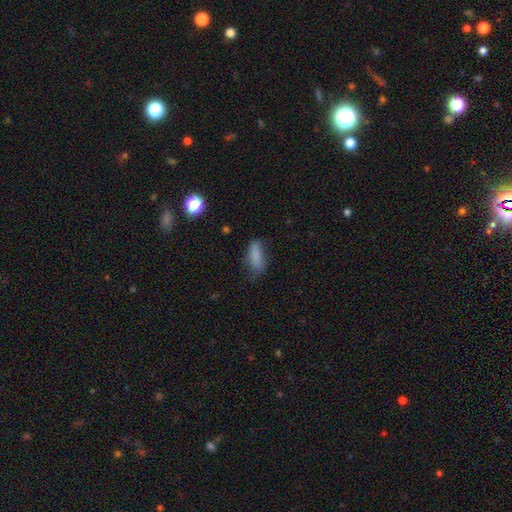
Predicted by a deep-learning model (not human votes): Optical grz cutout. It shows a smooth galaxy with no disk features (80%) that is in between round and cigar-shaped (65%). Merging: none (57%).